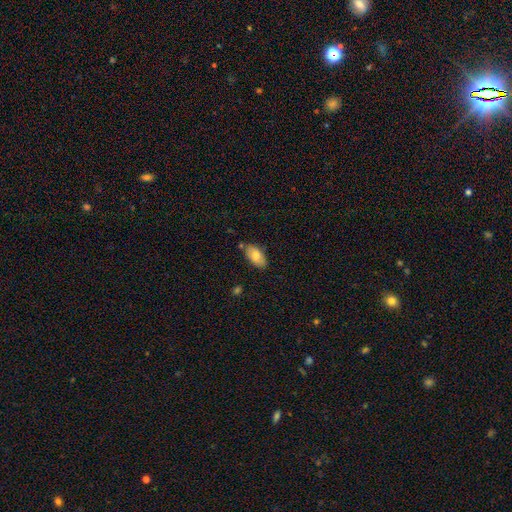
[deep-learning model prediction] Q: Smooth or featured?
A: smooth (79%); runner-up: featured or disk (15%)
Q: How rounded?
A: in between (94%); runner-up: round (4%)
Q: Merging?
A: none (74%); runner-up: minor disturbance (18%)